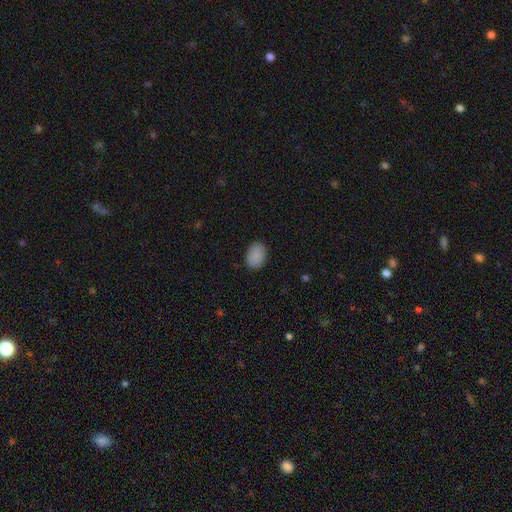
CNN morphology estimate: The model was most divided on "how rounded": in between: 76%, round: 23%, cigar-shaped: 1%. More confident: smooth or featured — smooth (89%); merging — none (85%).